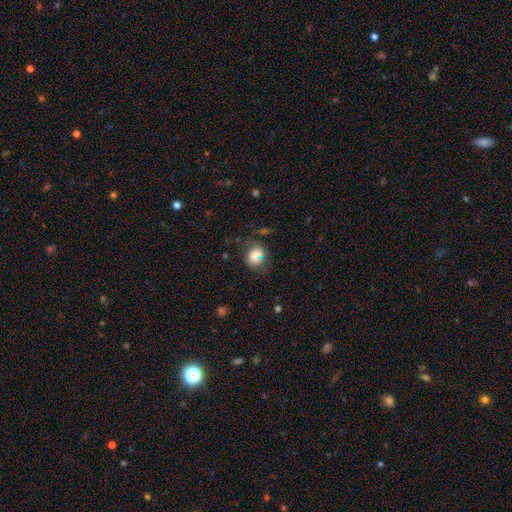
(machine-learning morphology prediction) Overall: smooth (74%). How rounded: round (67%; in between 31%). Merging: none (65%).